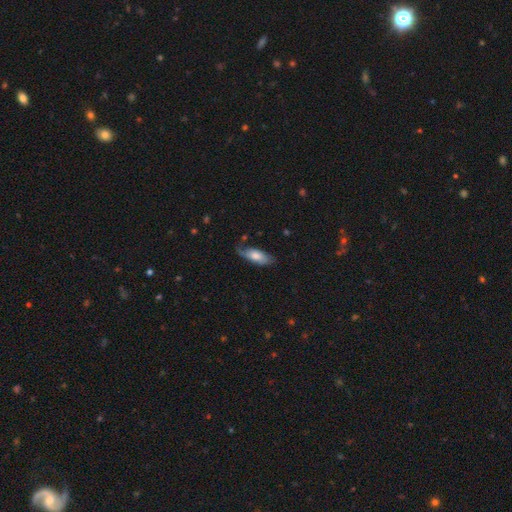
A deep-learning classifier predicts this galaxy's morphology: Smooth or featured? smooth (62%)
How rounded? in between (74%)
Merging? none (61%)